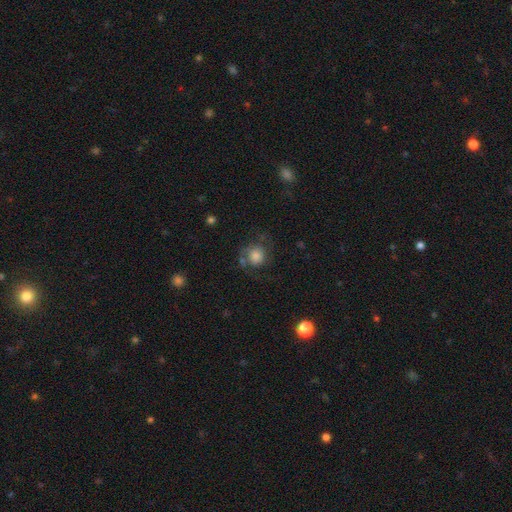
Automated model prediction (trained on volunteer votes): Smooth or featured: smooth — 63% (featured or disk — 28%)
How rounded: round — 86% (in between — 13%)
Merging: none — 54% (minor disturbance — 22%)